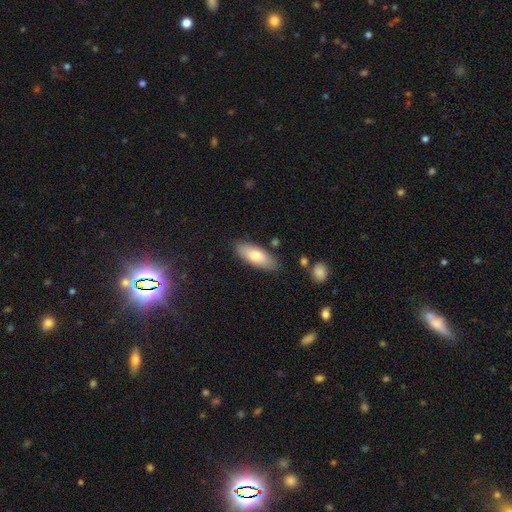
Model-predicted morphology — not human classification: This appears to be a smooth galaxy with no disk features (77%) that is in between round and cigar-shaped (74%). Merging: none (83%).